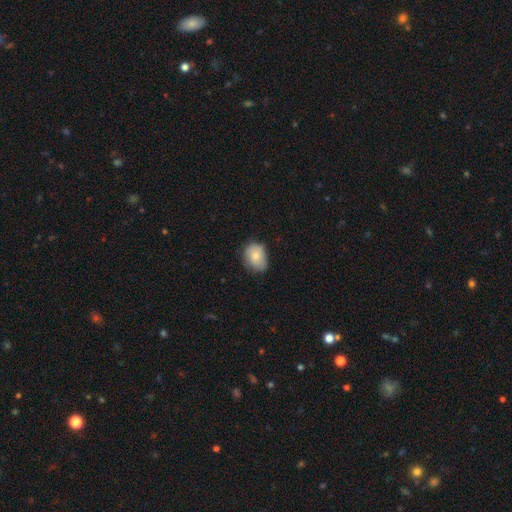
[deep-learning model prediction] Overall: smooth (79%). How rounded: in between (64%; round 35%). Merging: none (66%; minor disturbance 28%).